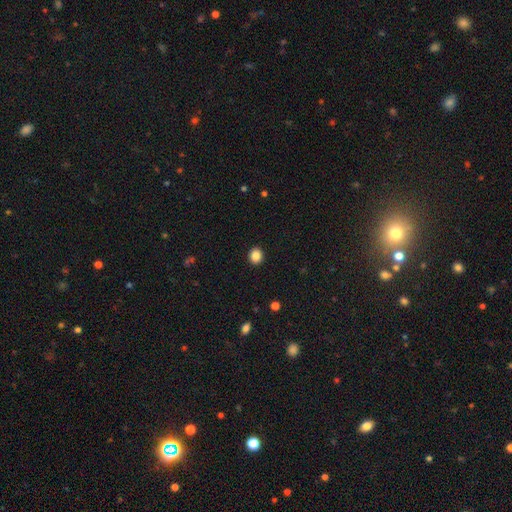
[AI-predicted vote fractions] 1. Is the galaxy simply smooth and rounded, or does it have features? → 86% smooth, 10% star or artifact, 3% featured or disk.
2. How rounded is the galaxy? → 75% round, 24% in between, 1% cigar-shaped.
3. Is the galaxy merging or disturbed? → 92% none, 5% minor disturbance, 2% major disturbance, 1% merger.